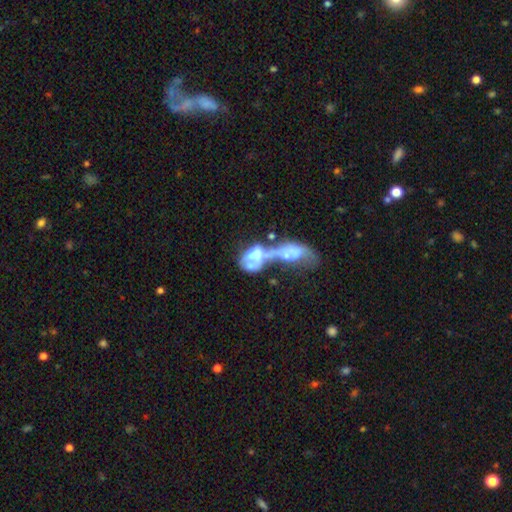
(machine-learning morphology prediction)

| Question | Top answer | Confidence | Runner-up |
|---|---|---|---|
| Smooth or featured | featured or disk | 48% | smooth (41%) |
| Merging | merger | 73% | major disturbance (15%) |